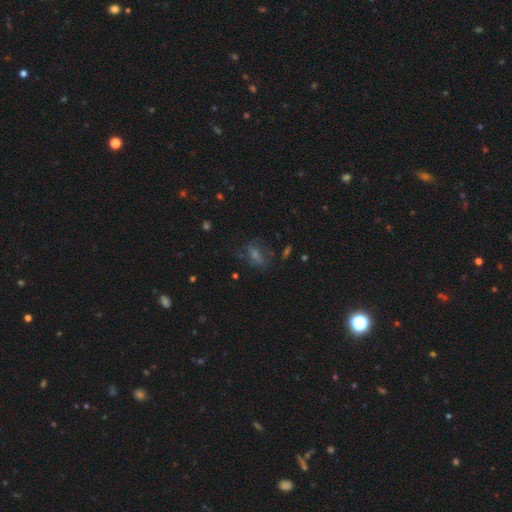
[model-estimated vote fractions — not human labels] A smooth galaxy with no disk features (35%). Merging: none (62%).